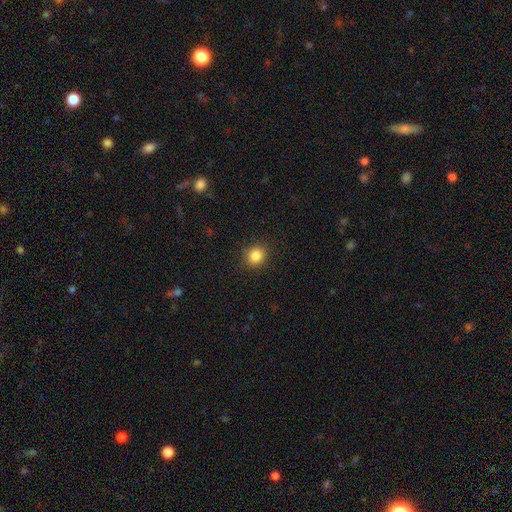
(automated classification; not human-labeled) Smooth or featured?
  - smooth: 85% *
  - star or artifact: 11%
  - featured or disk: 4%
How rounded?
  - round: 80% *
  - in between: 19%
  - cigar-shaped: 1%
Merging?
  - none: 88% *
  - minor disturbance: 8%
  - major disturbance: 3%
  - merger: 1%